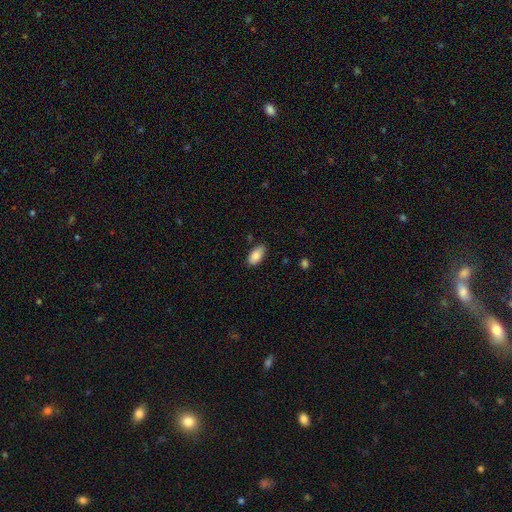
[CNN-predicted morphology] Smooth or featured?
  - smooth: 86% *
  - featured or disk: 7%
  - star or artifact: 7%
How rounded?
  - in between: 93% *
  - cigar-shaped: 4%
  - round: 2%
Merging?
  - none: 81% *
  - minor disturbance: 15%
  - major disturbance: 2%
  - merger: 2%